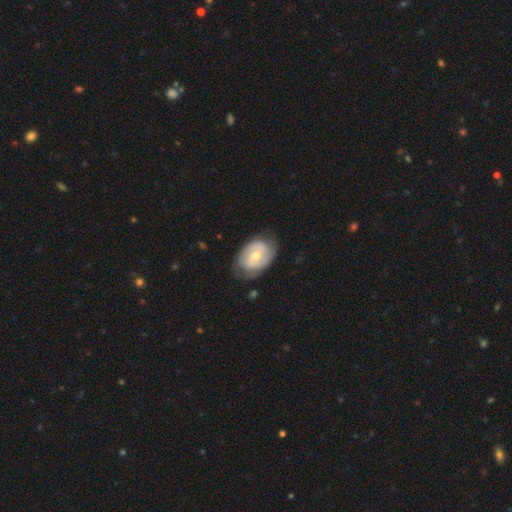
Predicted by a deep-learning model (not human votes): featured or disk 69%, smooth 26%, star or artifact 5%. Down the decision tree: edge-on disk — no (96%); bar — no (50%); spiral arms — yes (83%); spiral arm count — 2 (74%); spiral winding — tight (44%); bulge size — moderate (60%); merging — none (71%).